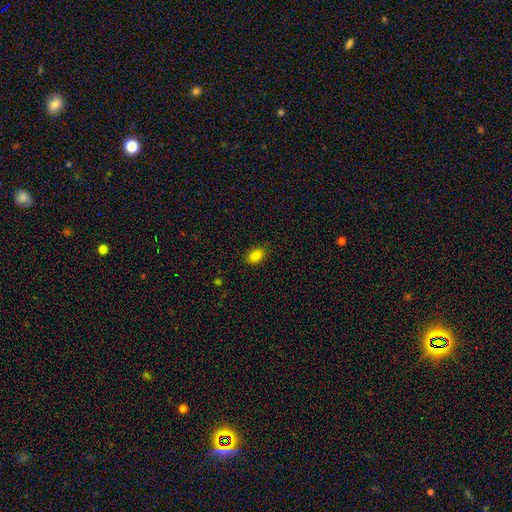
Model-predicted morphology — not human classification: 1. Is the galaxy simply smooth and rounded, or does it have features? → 86% smooth, 10% star or artifact, 4% featured or disk.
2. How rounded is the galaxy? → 88% in between, 11% round, 1% cigar-shaped.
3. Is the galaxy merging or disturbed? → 84% none, 12% minor disturbance, 3% major disturbance, 1% merger.